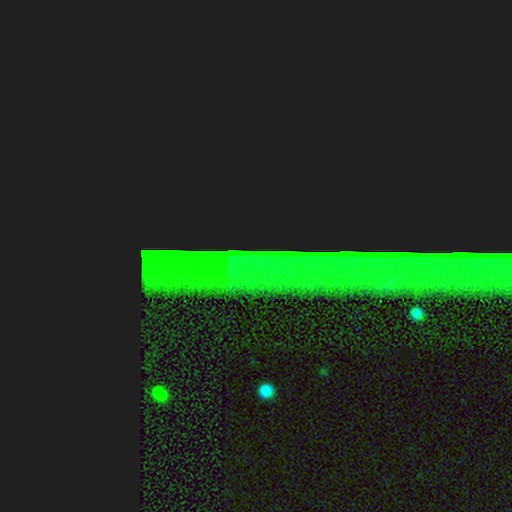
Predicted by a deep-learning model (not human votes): smooth_or_featured: star or artifact (p=0.82) [alt: featured or disk p=0.09]